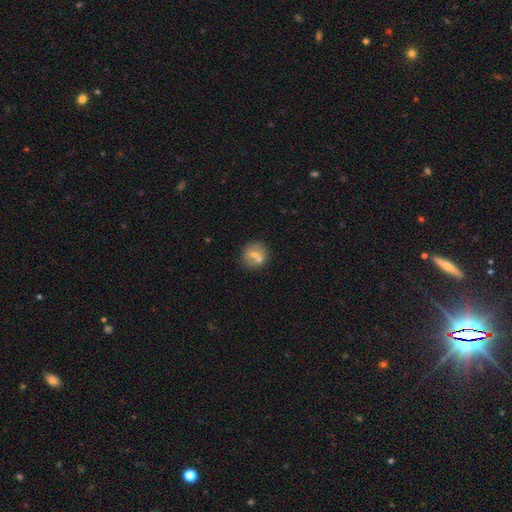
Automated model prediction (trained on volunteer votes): smooth 60%, featured or disk 31%, star or artifact 10%. Down the decision tree: how rounded — round (86%); merging — none (63%).